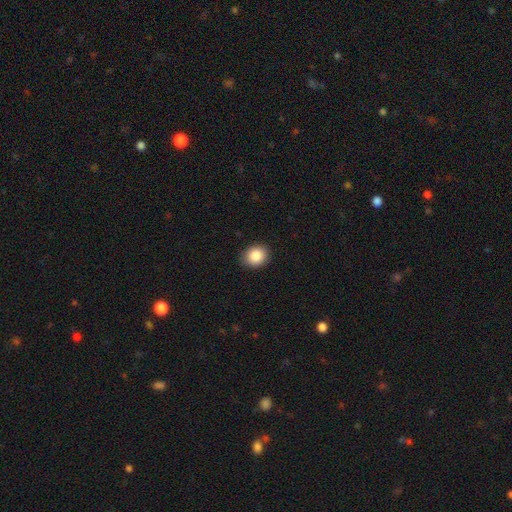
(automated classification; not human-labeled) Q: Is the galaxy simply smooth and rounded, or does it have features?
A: smooth — 87%.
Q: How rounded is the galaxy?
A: round — 67%.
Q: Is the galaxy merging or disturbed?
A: none — 88%.